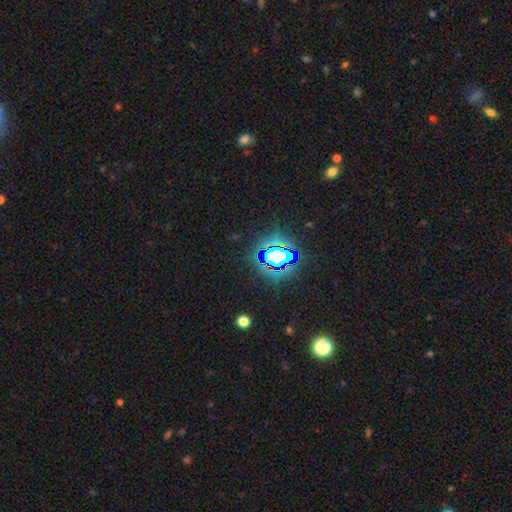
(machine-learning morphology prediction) This appears to be a star or artifact, not a galaxy (79%).